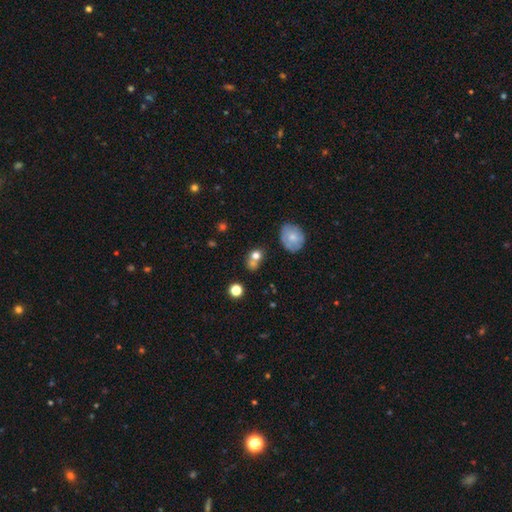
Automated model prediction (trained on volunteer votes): The model was most divided on "merging": none: 44%, merger: 40%, minor disturbance: 11%, major disturbance: 5%. More confident: smooth or featured — smooth (71%); how rounded — round (59%).